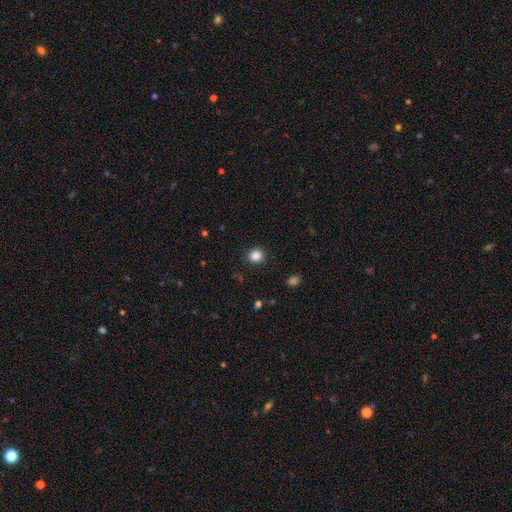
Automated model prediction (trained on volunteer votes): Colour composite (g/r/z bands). It shows a smooth galaxy with no disk features (85%) that is round (85%). Merging: none (90%).